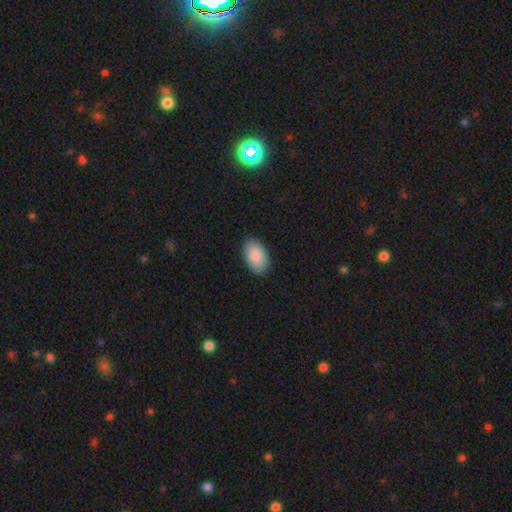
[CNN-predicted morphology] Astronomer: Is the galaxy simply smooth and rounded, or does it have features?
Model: smooth — 89%.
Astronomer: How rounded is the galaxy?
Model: in between — 95%.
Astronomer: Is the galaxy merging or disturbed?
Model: none — 88%.